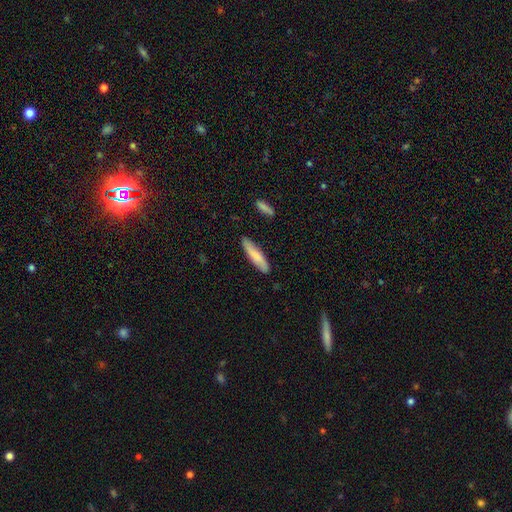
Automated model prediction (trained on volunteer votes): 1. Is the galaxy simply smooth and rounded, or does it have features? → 75% smooth, 19% featured or disk, 5% star or artifact.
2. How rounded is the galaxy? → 79% cigar-shaped, 19% in between, 1% round.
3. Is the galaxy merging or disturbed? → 85% none, 11% minor disturbance, 2% major disturbance, 2% merger.